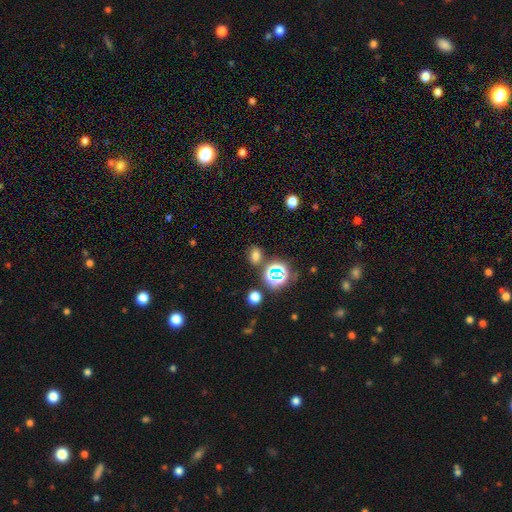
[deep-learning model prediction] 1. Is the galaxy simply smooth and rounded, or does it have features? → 64% smooth, 30% star or artifact, 6% featured or disk.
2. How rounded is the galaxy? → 68% in between, 30% round, 2% cigar-shaped.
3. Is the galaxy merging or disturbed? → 78% none, 11% minor disturbance, 7% merger, 4% major disturbance.